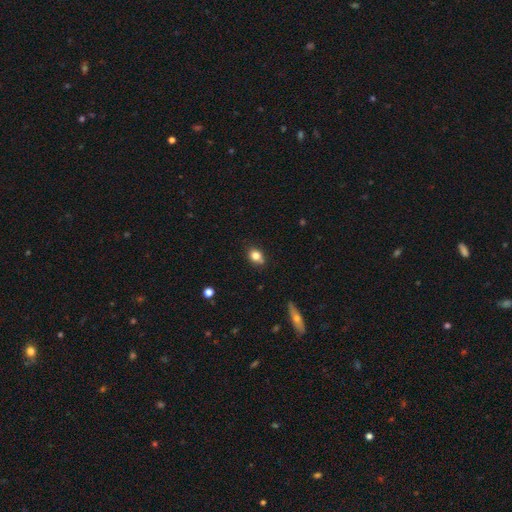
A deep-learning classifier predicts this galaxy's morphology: Q: Smooth or featured?
A: smooth (81%); runner-up: star or artifact (11%)
Q: How rounded?
A: in between (51%); runner-up: round (47%)
Q: Merging?
A: none (75%); runner-up: minor disturbance (17%)